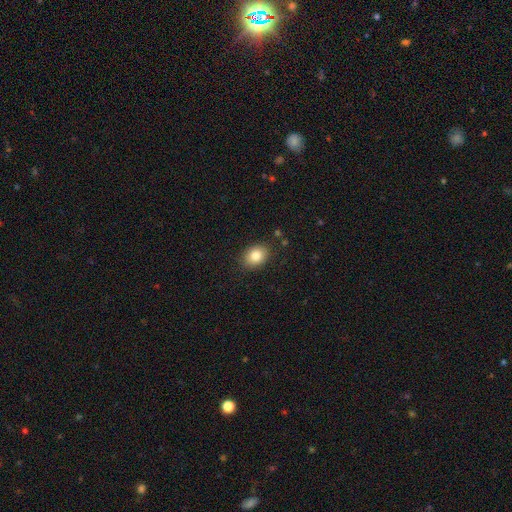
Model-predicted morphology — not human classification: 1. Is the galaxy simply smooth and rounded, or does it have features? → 84% smooth, 9% star or artifact, 8% featured or disk.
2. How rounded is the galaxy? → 63% in between, 36% round, 1% cigar-shaped.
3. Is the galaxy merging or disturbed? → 86% none, 10% minor disturbance, 3% major disturbance, 1% merger.